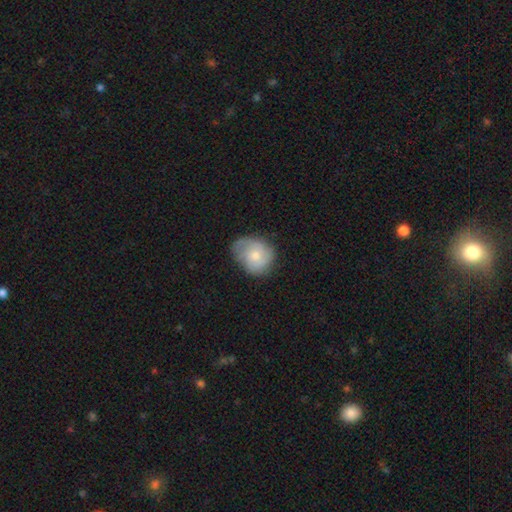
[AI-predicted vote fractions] Overall: featured or disk (54%; smooth 39%). Edge-on disk: no (97%). Bar: no (78%). Spiral arms: yes (86%). Bulge size: moderate (48%; small 46%). Merging: none (62%; minor disturbance 27%).